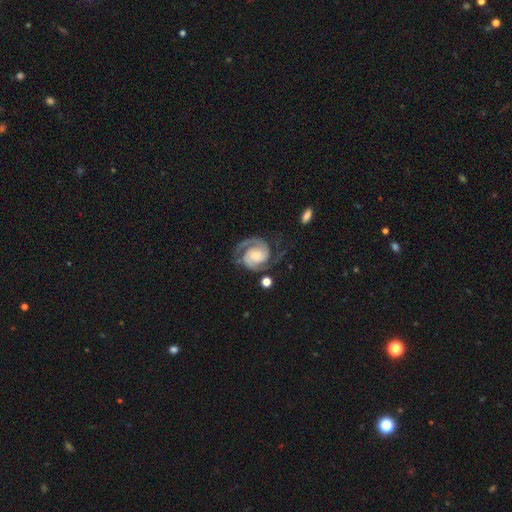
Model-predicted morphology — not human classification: type=featured or disk (91%); edge-on=no (98%); bar=no (60%); spiral arms=yes (98%); winding=tight (48%); arm count=2 (91%); bulge=small (46%); merging=none (69%).